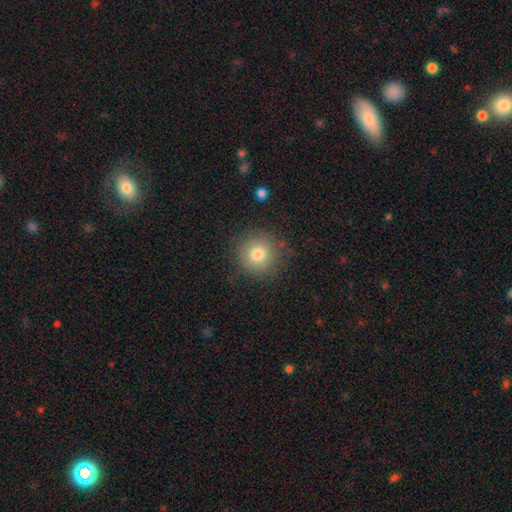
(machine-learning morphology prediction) Smooth or featured? smooth (78%)
How rounded? round (95%)
Merging? none (89%)